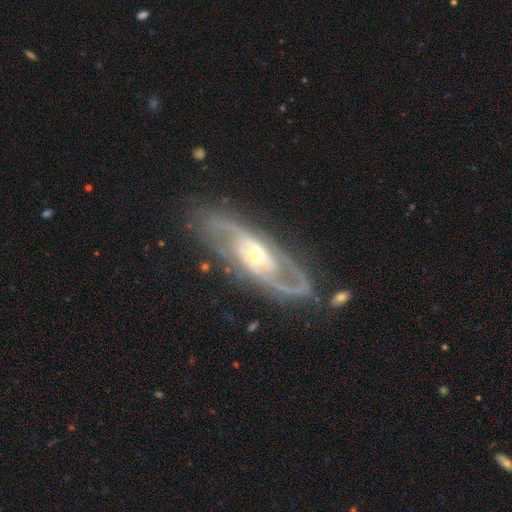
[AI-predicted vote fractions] A featured or disk galaxy (89%) with no bar (46%), 2 (77%) medium (46%) spiral arms (94%) and a moderate central bulge (62%).

Vote fractions:
- Smooth or featured? featured or disk: 89% / smooth: 7% / star or artifact: 5%
- Edge-on disk? no: 88% / yes: 12%
- Bar? no: 46% / weak: 38% / strong: 16%
- Spiral arms? yes: 94% / no: 6%
- Spiral winding? medium: 46% / tight: 40% / loose: 14%
- Spiral arm count? 2: 77% / can't tell: 11% / 3: 5% / 1: 3% / 4: 2% / more than 4: 2%
- Bulge size? moderate: 62% / small: 29% / large: 7% / none: 1% / dominant: 1%
- Merging? none: 78% / minor disturbance: 14% / major disturbance: 6% / merger: 2%